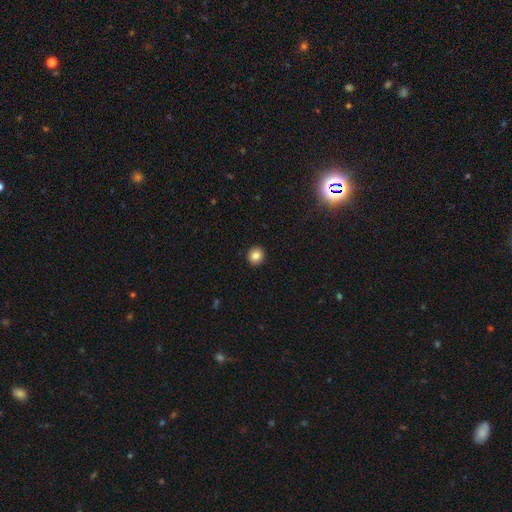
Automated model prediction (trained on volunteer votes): Q: Smooth or featured?
A: smooth (85%); runner-up: star or artifact (10%)
Q: How rounded?
A: round (88%); runner-up: in between (11%)
Q: Merging?
A: none (93%); runner-up: minor disturbance (5%)